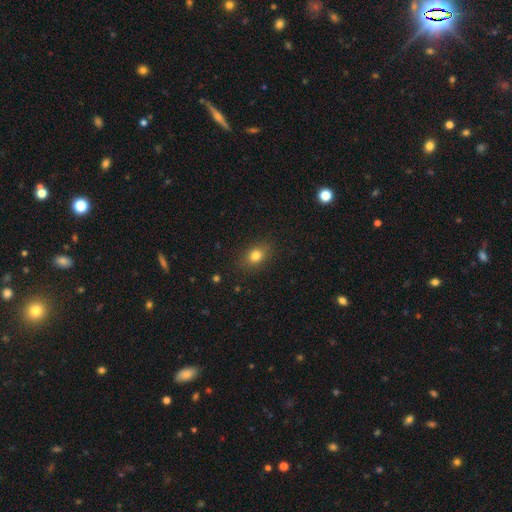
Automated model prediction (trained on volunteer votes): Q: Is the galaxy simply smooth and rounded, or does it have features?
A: smooth — 80%.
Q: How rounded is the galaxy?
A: in between — 61%.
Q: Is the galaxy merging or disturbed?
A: none — 86%.